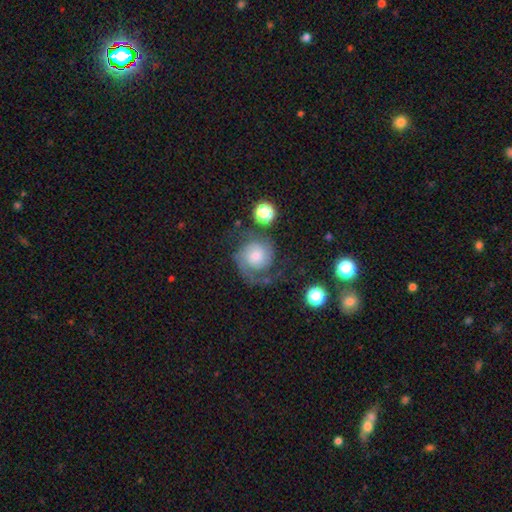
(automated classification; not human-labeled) This appears to be a featured or disk galaxy (72%) with no bar (73%), 2 (71%) medium (42%) spiral arms (94%) and a moderate central bulge (40%). Merging: none (56%).